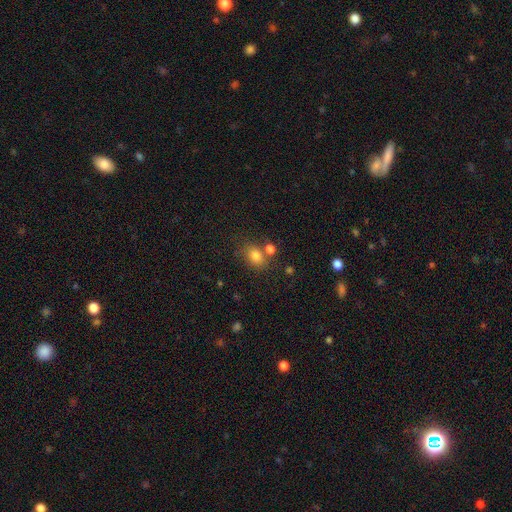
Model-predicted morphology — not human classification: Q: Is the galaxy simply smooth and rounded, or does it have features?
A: smooth — 80%.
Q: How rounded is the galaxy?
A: in between — 60%.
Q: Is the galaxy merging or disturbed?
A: none — 61%.